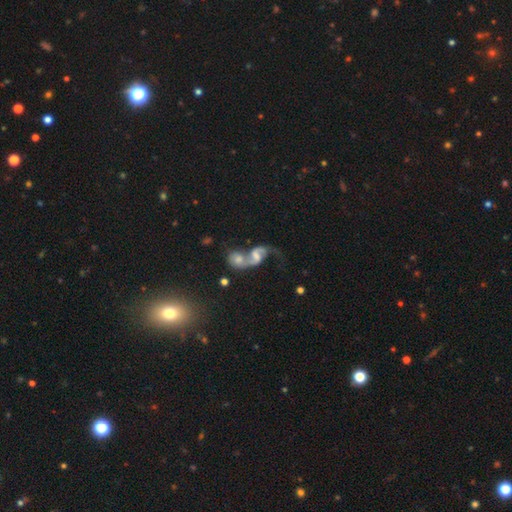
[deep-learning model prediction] Smooth or featured?
  - featured or disk: 69% *
  - smooth: 20%
  - star or artifact: 12%
Edge-on disk?
  - no: 95% *
  - yes: 5%
Bar?
  - no: 54% *
  - weak: 35%
  - strong: 11%
Spiral arms?
  - yes: 83% *
  - no: 17%
Spiral winding?
  - loose: 72% *
  - medium: 22%
  - tight: 6%
Spiral arm count?
  - 2: 74% *
  - 1: 18%
  - can't tell: 5%
  - 3: 1%
  - 4: 1%
  - more than 4: 1%
Bulge size?
  - moderate: 40% *
  - small: 35%
  - none: 14%
  - large: 8%
  - dominant: 3%
Merging?
  - merger: 64% *
  - none: 19%
  - major disturbance: 10%
  - minor disturbance: 7%